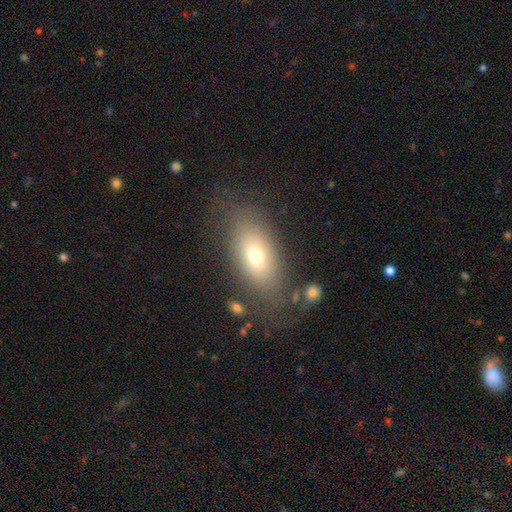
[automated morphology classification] smooth-or-featured: smooth: 64% | featured or disk: 26% | star or artifact: 10%
  how-rounded: in between: 85% | cigar-shaped: 9% | round: 7%
  merging: none: 70% | minor disturbance: 17% | major disturbance: 10% | merger: 3%